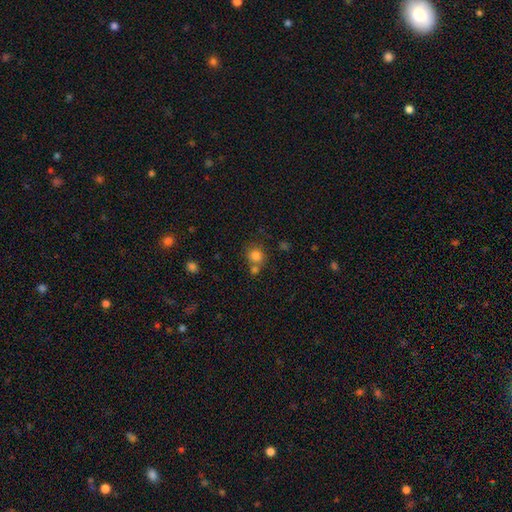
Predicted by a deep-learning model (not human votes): Smooth or featured?
  - smooth: 81% *
  - star or artifact: 12%
  - featured or disk: 7%
How rounded?
  - round: 88% *
  - in between: 11%
  - cigar-shaped: 1%
Merging?
  - none: 62% *
  - merger: 25%
  - minor disturbance: 9%
  - major disturbance: 3%